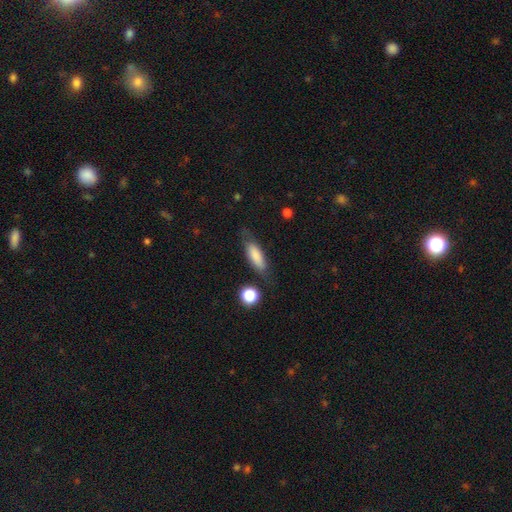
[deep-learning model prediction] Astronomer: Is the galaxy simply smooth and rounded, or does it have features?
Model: smooth — 79%.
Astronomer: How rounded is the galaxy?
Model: in between — 56% (runner-up: cigar-shaped, 42%).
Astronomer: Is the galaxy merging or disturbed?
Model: none — 66%.